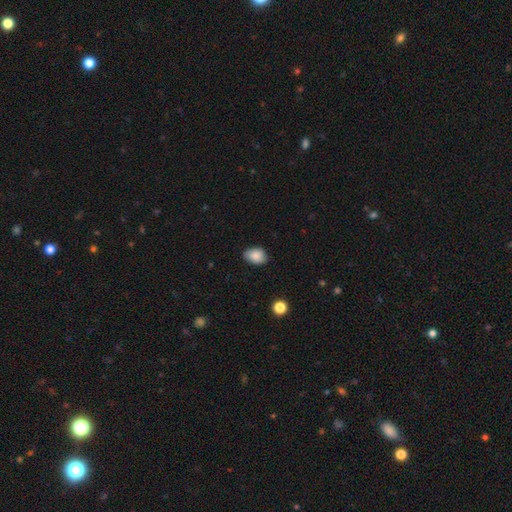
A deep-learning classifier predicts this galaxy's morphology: Smooth or featured?
  - smooth: 86% *
  - star or artifact: 8%
  - featured or disk: 6%
How rounded?
  - in between: 75% *
  - round: 24%
  - cigar-shaped: 1%
Merging?
  - none: 80% *
  - minor disturbance: 17%
  - major disturbance: 3%
  - merger: 1%